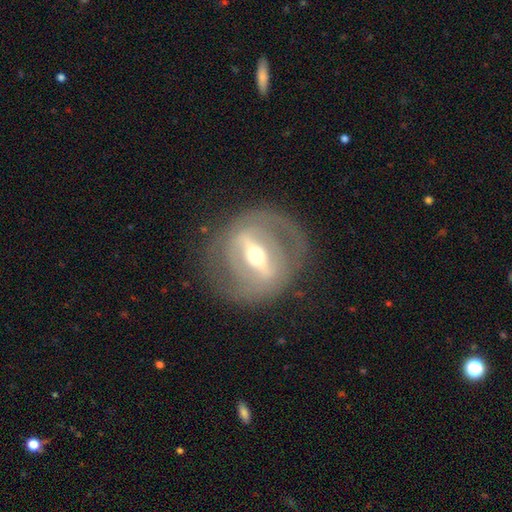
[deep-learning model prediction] Morphology: type=featured or disk (80%); edge-on=no (77%); bar=strong (82%); spiral arms=no (65%); bulge=moderate (65%); merging=none (79%).